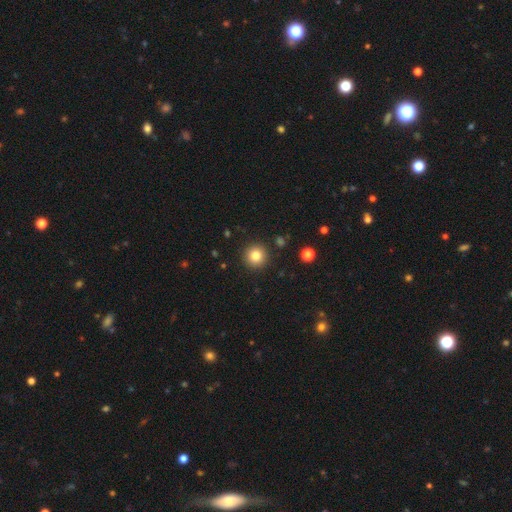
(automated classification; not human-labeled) Overall: smooth (83%). How rounded: round (95%). Merging: none (91%).